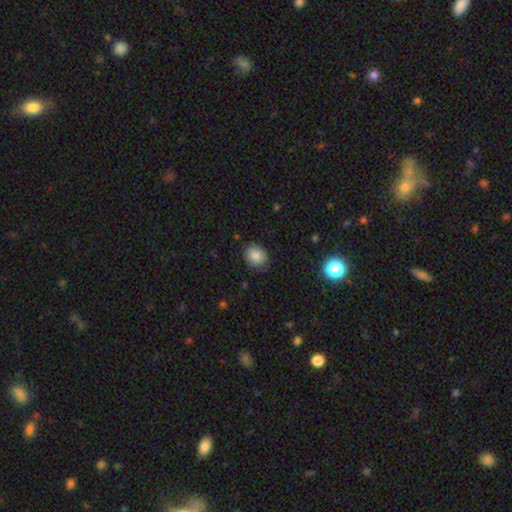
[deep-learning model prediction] Smooth or featured: smooth — 83% (star or artifact — 10%)
How rounded: round — 63% (in between — 36%)
Merging: none — 77% (minor disturbance — 18%)